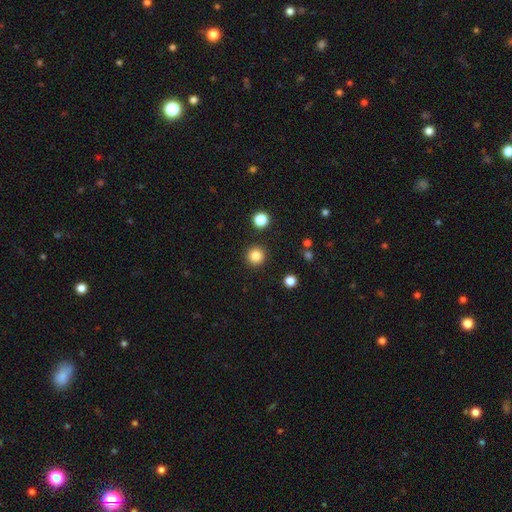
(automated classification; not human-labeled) smooth 84%, star or artifact 12%, featured or disk 4%. Down the decision tree: how rounded — round (96%); merging — none (92%).